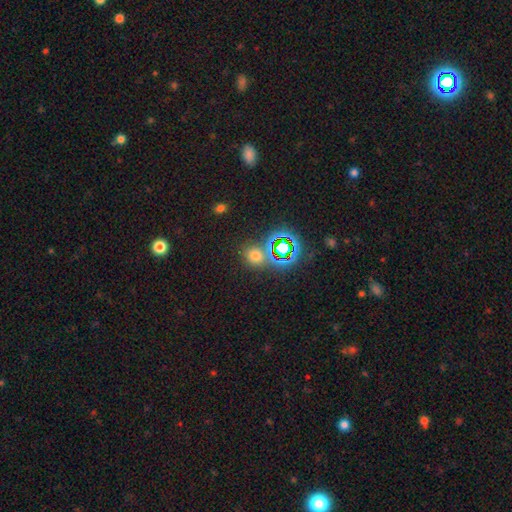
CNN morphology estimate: The model was most divided on "smooth or featured": smooth: 57%, star or artifact: 37%, featured or disk: 7%. More confident: how rounded — round (78%); merging — none (75%).